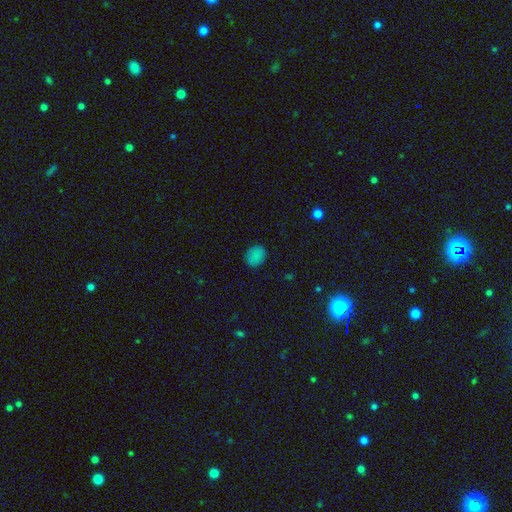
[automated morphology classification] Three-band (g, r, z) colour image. It shows a smooth galaxy with no disk features (81%) that is round (59%). Merging: none (87%).